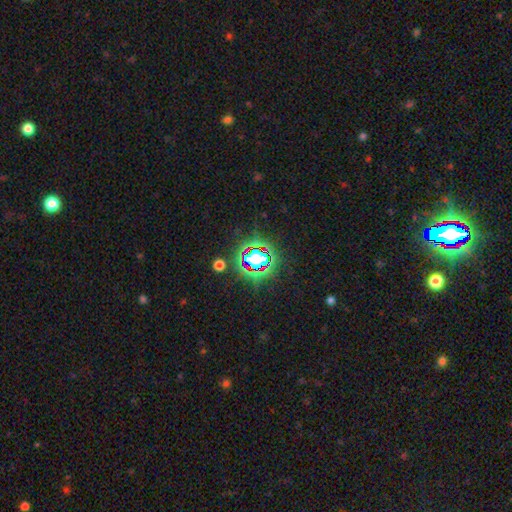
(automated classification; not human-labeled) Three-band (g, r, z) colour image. It shows a star or artifact, not a galaxy (79%).